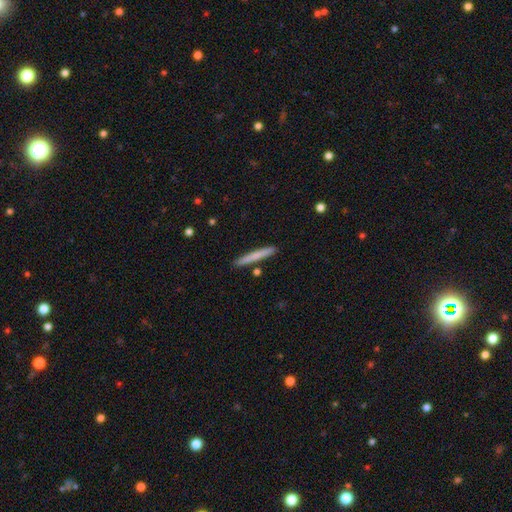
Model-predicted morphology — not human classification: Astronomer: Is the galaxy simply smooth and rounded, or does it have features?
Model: smooth — 70%.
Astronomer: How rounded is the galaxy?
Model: cigar-shaped — 96%.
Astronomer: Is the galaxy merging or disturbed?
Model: none — 89%.